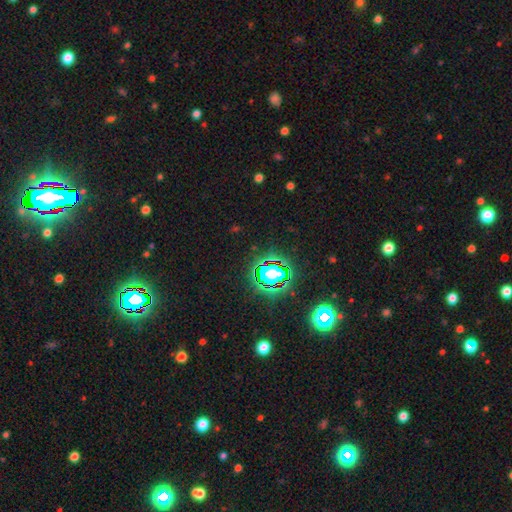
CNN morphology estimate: Q: Smooth or featured?
A: star or artifact (81%); runner-up: smooth (12%)